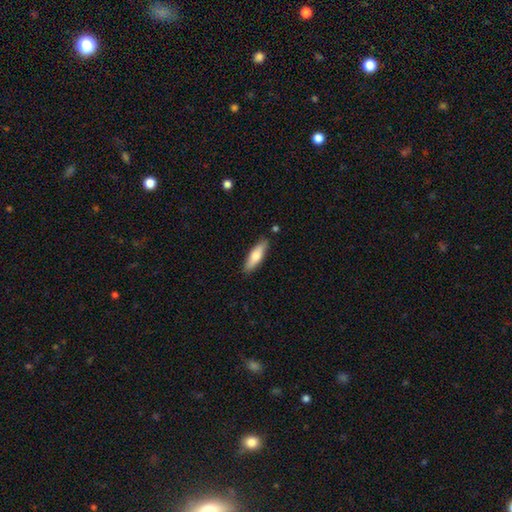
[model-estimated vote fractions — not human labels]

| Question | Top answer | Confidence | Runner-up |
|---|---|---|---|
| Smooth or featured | smooth | 67% | featured or disk (27%) |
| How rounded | cigar-shaped | 59% | in between (39%) |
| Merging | none | 85% | minor disturbance (11%) |